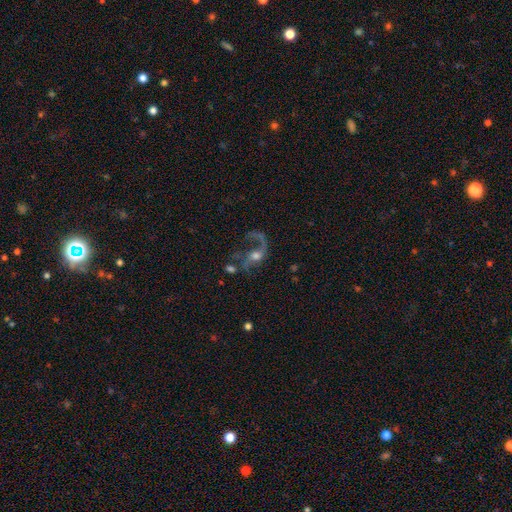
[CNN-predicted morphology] This appears to be a featured or disk galaxy (79%) with no bar (58%), 2 (63%) loose (79%) spiral arms (89%) and a moderate central bulge (57%). Merging: none (42%).